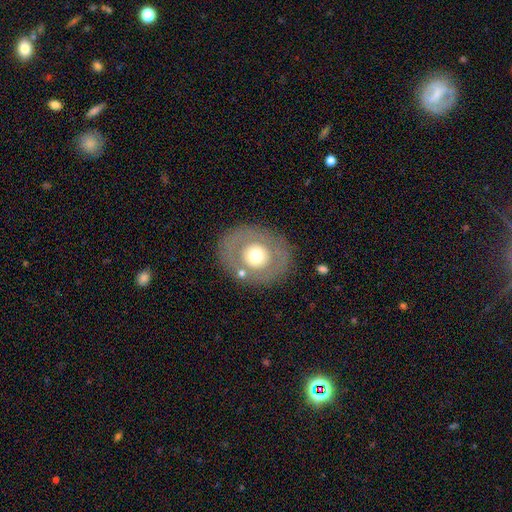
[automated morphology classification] smooth_or_featured: smooth (p=0.49) [alt: featured or disk p=0.44]
merging: none (p=0.80) [alt: minor disturbance p=0.10]